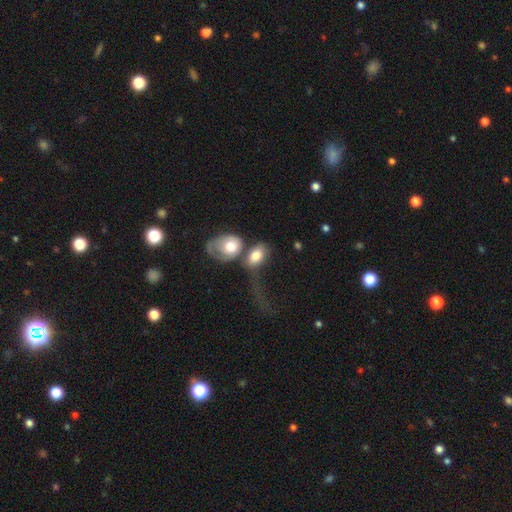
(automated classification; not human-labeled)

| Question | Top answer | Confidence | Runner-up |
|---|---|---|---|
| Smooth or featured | smooth | 72% | featured or disk (22%) |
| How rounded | in between | 84% | round (14%) |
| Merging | merger | 51% | major disturbance (22%) |